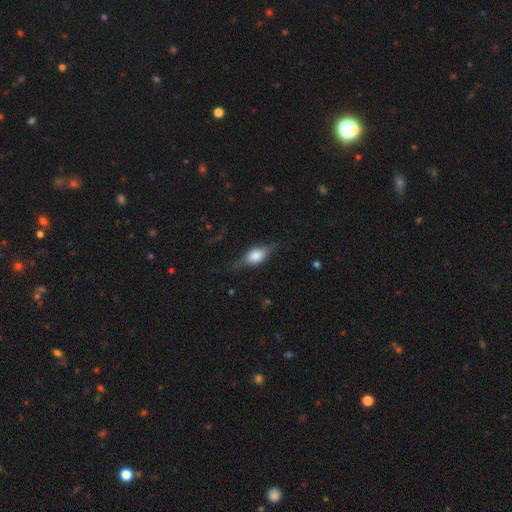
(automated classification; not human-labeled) This is possibly a smooth galaxy (51%). How rounded: likely in between (74%). Merging: likely none (68%).